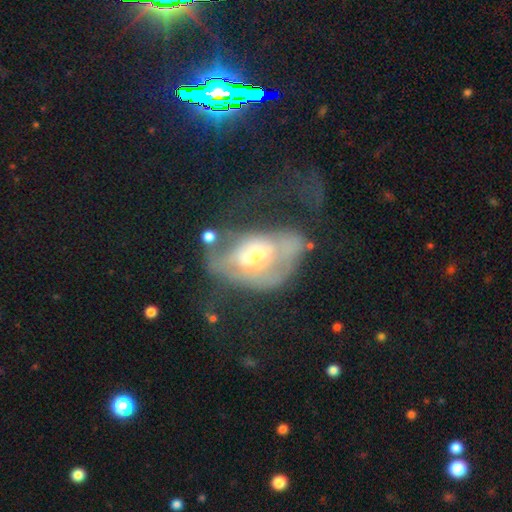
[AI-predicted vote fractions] A featured or disk galaxy (56%) with no bar (61%), no spiral arms (66%) and a moderate central bulge (54%). Merging: major disturbance (56%).